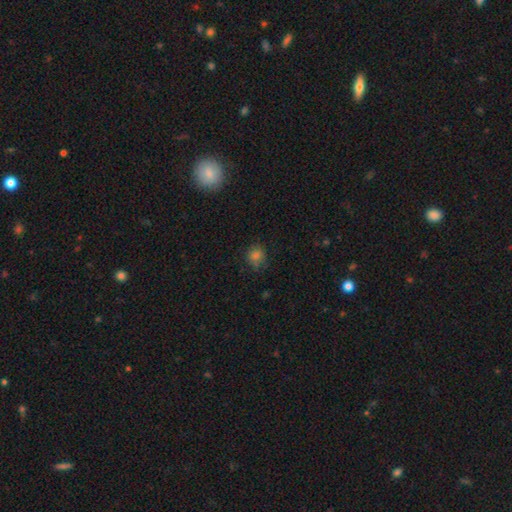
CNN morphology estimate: A smooth galaxy with no disk features (75%) that is round (81%).

Vote fractions:
- Smooth or featured? smooth: 75% / star or artifact: 19% / featured or disk: 7%
- How rounded? round: 81% / in between: 18% / cigar-shaped: 1%
- Merging? none: 77% / minor disturbance: 17% / major disturbance: 5% / merger: 2%